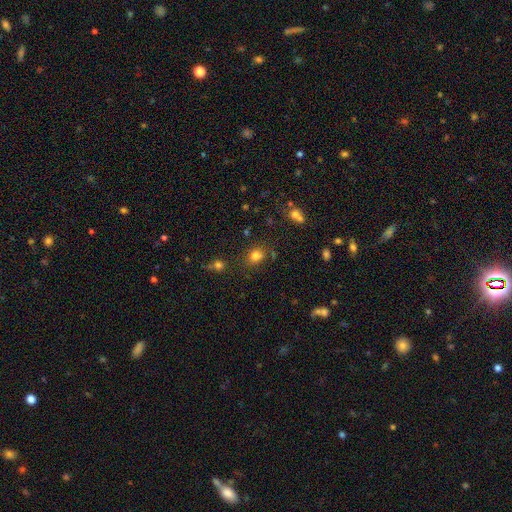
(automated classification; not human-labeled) The model was most divided on "how rounded": round: 54%, in between: 45%, cigar-shaped: 1%. More confident: smooth or featured — smooth (79%); merging — none (74%).